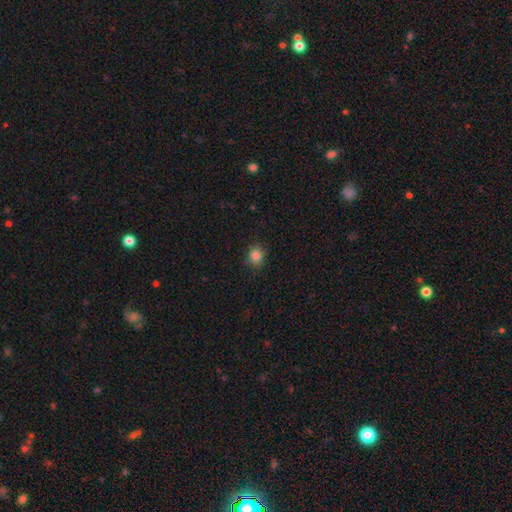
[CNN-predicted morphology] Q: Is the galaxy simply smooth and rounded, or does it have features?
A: smooth — 83%.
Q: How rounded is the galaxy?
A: round — 72%.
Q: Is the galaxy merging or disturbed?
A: none — 83%.